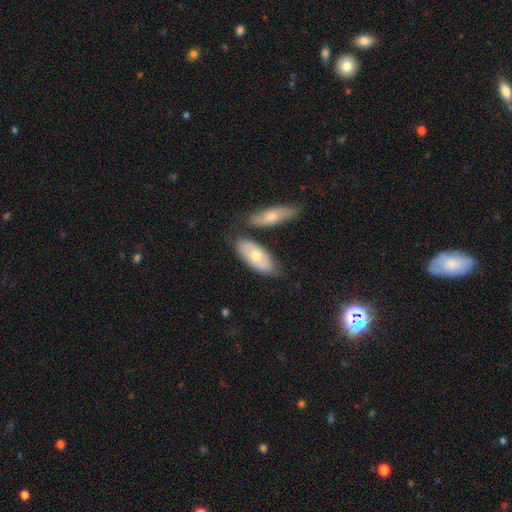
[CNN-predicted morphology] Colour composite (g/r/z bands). It shows a smooth galaxy with no disk features (61%) that is in between round and cigar-shaped (86%). Merging: none (68%).